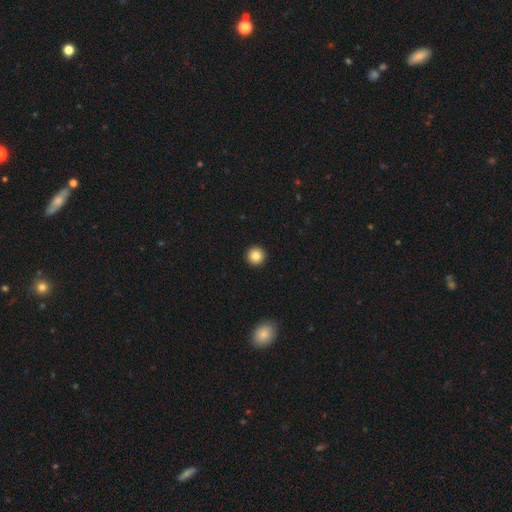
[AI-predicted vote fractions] smooth 83%, star or artifact 10%, featured or disk 7%. Down the decision tree: how rounded — round (96%); merging — none (94%).